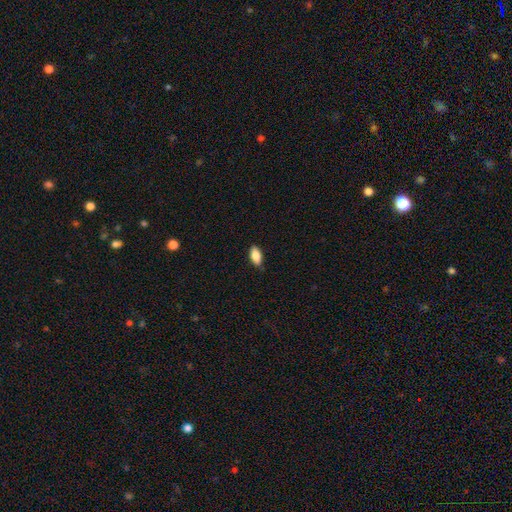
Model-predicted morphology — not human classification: A smooth galaxy with no disk features (84%) that is in between round and cigar-shaped (89%). Merging: none (80%).